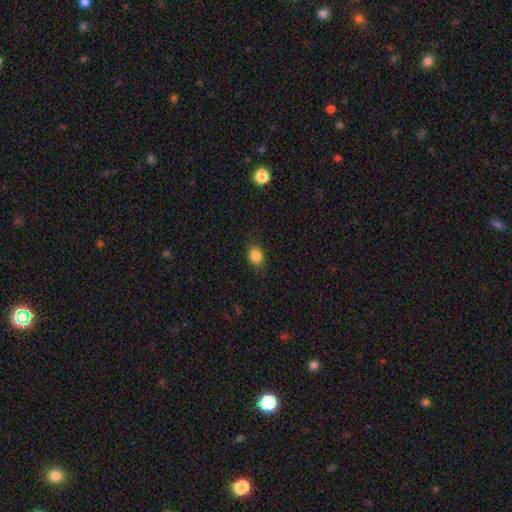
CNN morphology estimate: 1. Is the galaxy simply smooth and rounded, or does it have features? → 85% smooth, 10% star or artifact, 5% featured or disk.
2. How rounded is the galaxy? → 51% round, 48% in between, 1% cigar-shaped.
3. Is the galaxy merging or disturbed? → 84% none, 12% minor disturbance, 3% major disturbance, 1% merger.